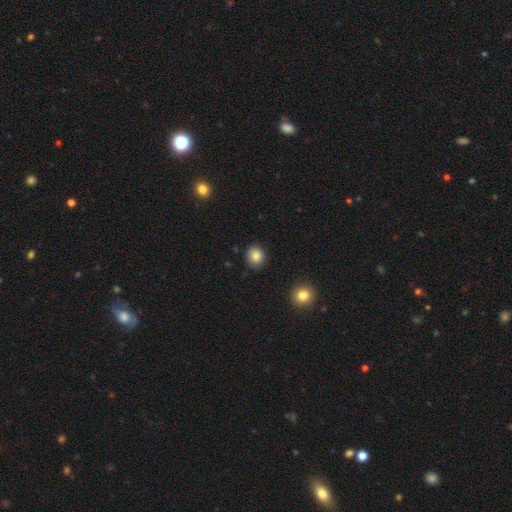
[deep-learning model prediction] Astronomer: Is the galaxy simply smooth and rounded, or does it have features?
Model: smooth — 85%.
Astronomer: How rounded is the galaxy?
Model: round — 79%.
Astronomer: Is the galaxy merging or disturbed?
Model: none — 87%.